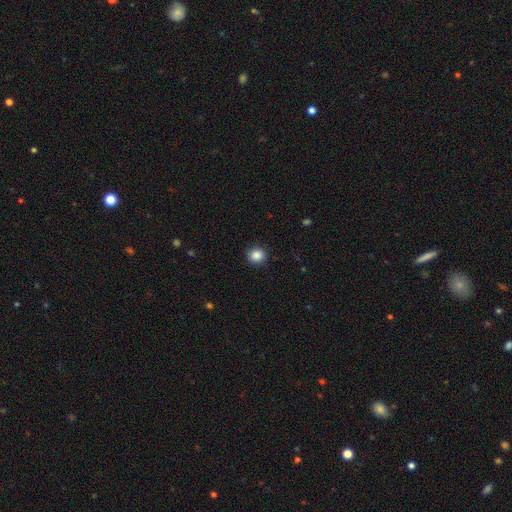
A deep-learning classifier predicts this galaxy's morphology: Smooth or featured: smooth — 87% (star or artifact — 10%)
How rounded: round — 89% (in between — 10%)
Merging: none — 90% (minor disturbance — 7%)